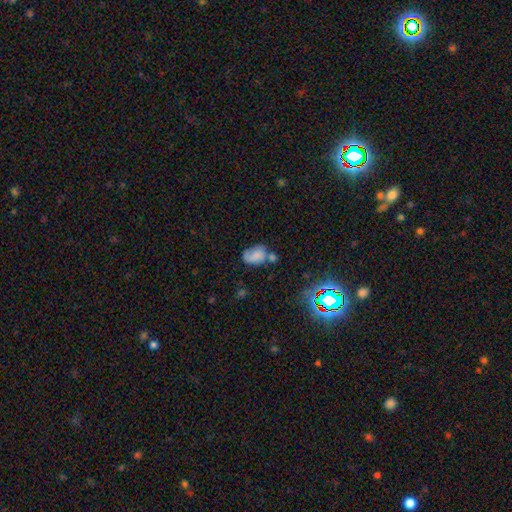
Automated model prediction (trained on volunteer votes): This is likely a smooth galaxy (63%). How rounded: clearly in between (81%). Merging: marginally none (38%).